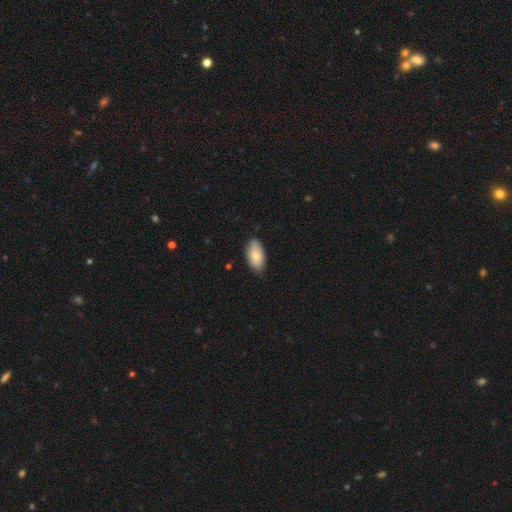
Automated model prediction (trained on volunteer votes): This appears to be a smooth galaxy with no disk features (81%) that is in between round and cigar-shaped (94%). Merging: none (82%).